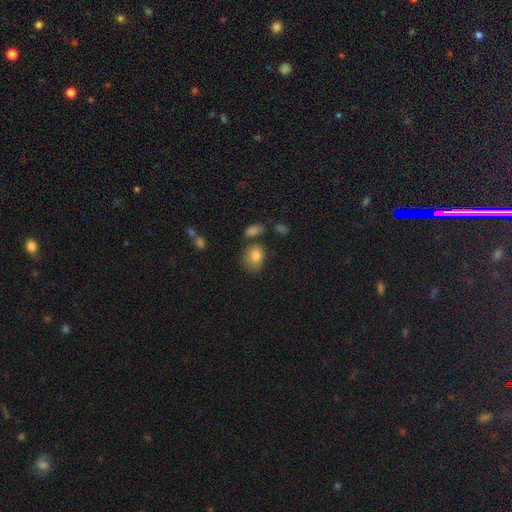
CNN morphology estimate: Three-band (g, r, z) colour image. It shows a smooth galaxy with no disk features (81%) that is in between round and cigar-shaped (52%). Merging: none (64%).